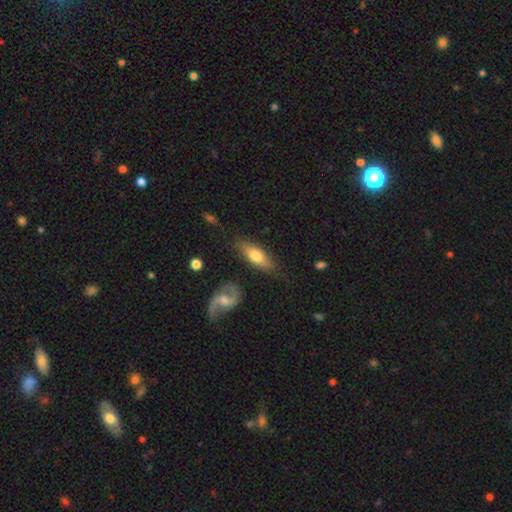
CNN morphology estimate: This is likely a smooth galaxy (64%). How rounded: likely in between (70%). Merging: likely none (76%).